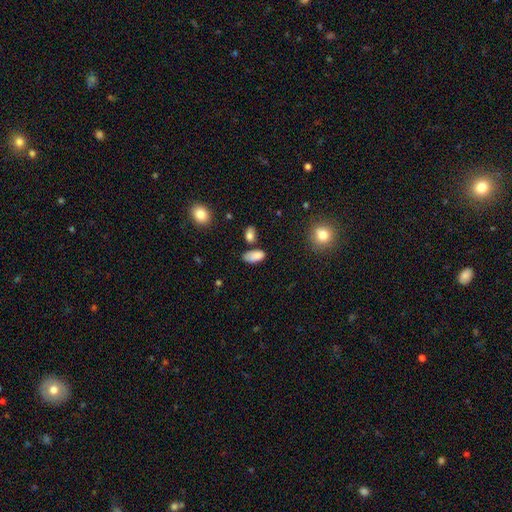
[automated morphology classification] Smooth or featured: smooth — 82% (star or artifact — 9%)
How rounded: in between — 90% (cigar-shaped — 6%)
Merging: none — 56% (minor disturbance — 23%)